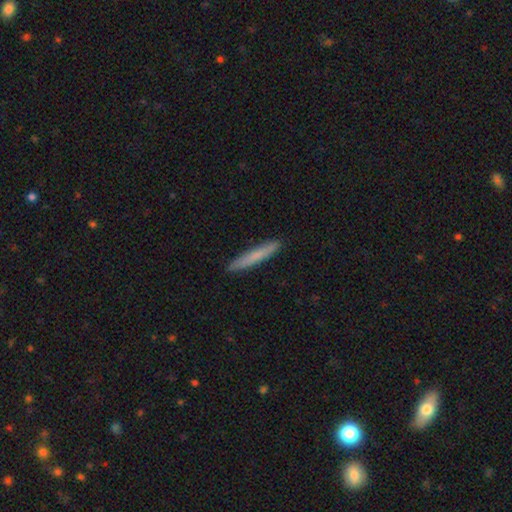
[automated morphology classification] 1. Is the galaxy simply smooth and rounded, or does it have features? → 73% smooth, 21% featured or disk, 6% star or artifact.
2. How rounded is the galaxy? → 96% cigar-shaped, 3% in between, 1% round.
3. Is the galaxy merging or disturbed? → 91% none, 7% minor disturbance, 1% major disturbance, 1% merger.